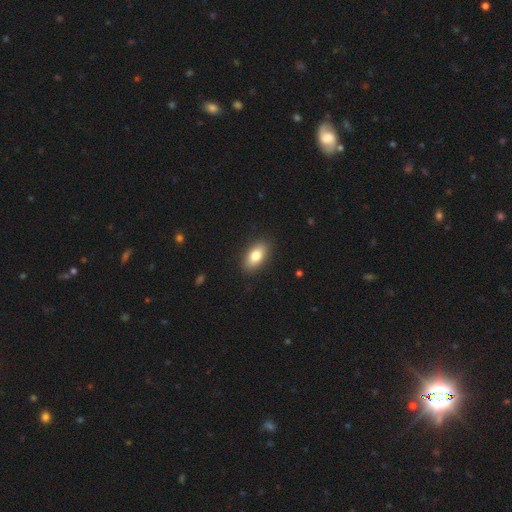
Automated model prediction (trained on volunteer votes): Smooth or featured? Predicted: smooth (p=0.80). How rounded? Predicted: in between (p=0.89). Merging? Predicted: none (p=0.88).